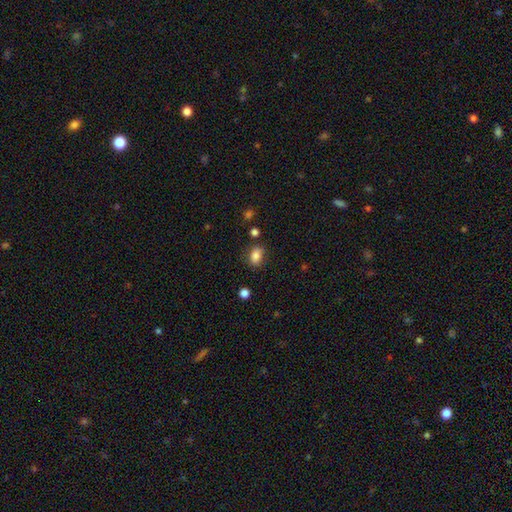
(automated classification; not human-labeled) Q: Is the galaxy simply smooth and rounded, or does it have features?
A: smooth — 84%.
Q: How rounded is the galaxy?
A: in between — 80%.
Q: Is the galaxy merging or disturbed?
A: none — 79%.